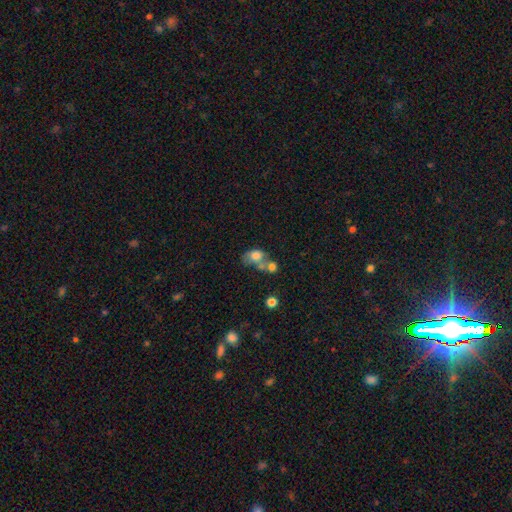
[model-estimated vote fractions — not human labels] smooth-or-featured: smooth: 68% | featured or disk: 21% | star or artifact: 11%
  how-rounded: in between: 65% | round: 34% | cigar-shaped: 2%
  merging: merger: 54% | none: 22% | minor disturbance: 12% | major disturbance: 12%